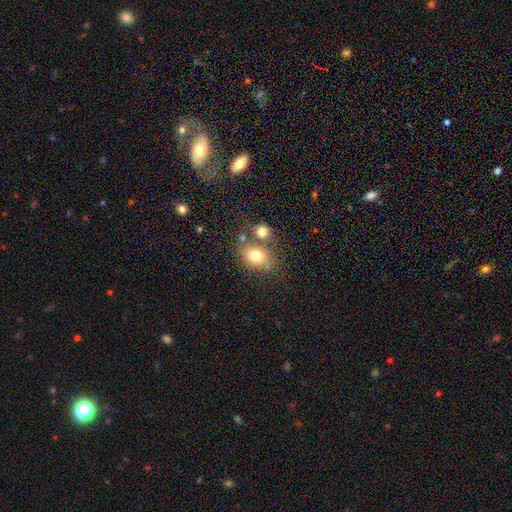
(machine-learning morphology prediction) A smooth galaxy with no disk features (74%) that is in between round and cigar-shaped (58%). Merging: none (52%).